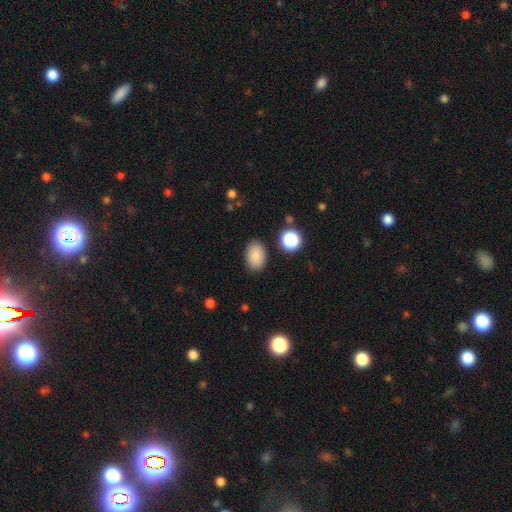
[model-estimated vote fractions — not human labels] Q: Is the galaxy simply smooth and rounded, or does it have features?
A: smooth — 86%.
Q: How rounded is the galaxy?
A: in between — 86%.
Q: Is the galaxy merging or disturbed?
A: none — 86%.